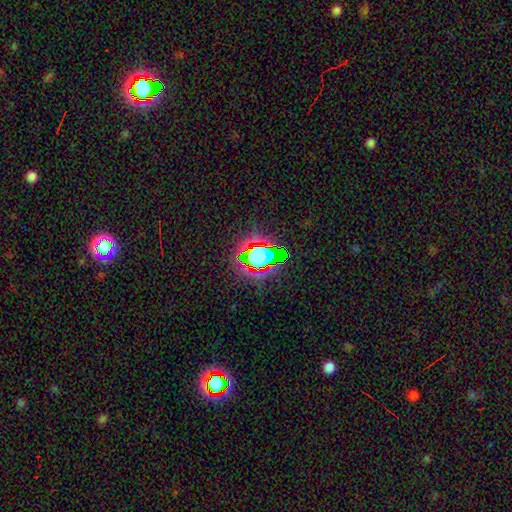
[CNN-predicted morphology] Smooth or featured: star or artifact — 65% (smooth — 21%)